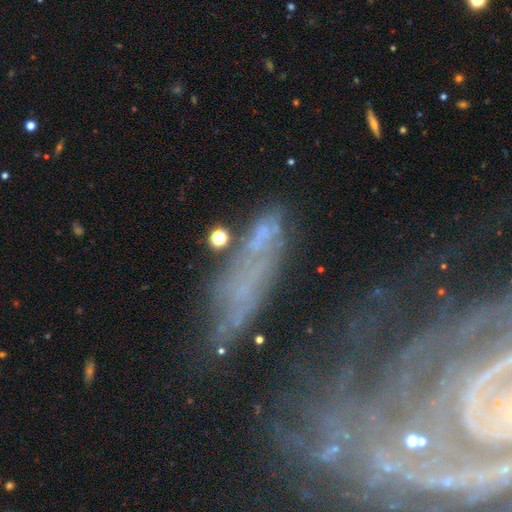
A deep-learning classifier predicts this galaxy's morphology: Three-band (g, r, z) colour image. It shows a featured or disk galaxy (73%) with no bar (54%), tight (71%) spiral arms (88%) and a small central bulge (73%). Merging: none (54%).